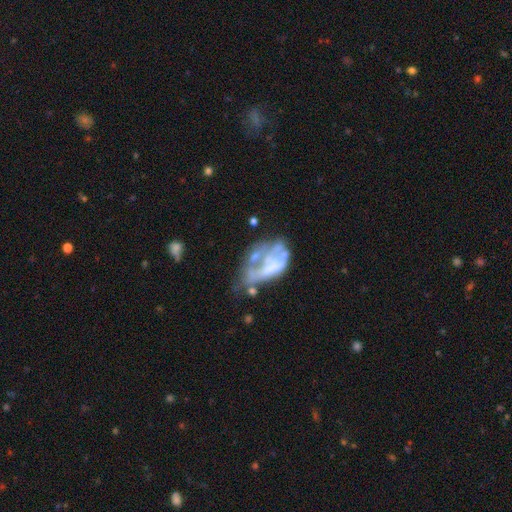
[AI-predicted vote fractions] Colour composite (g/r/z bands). It shows a featured or disk galaxy (64%) with no bar (87%), no spiral arms (88%) and no central bulge (68%). Merging: major disturbance (36%).